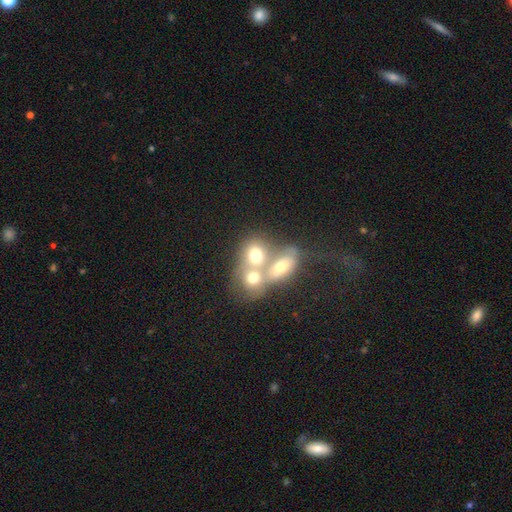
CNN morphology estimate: This is likely a smooth galaxy (65%). How rounded: possibly round (53%). Merging: likely merger (62%).